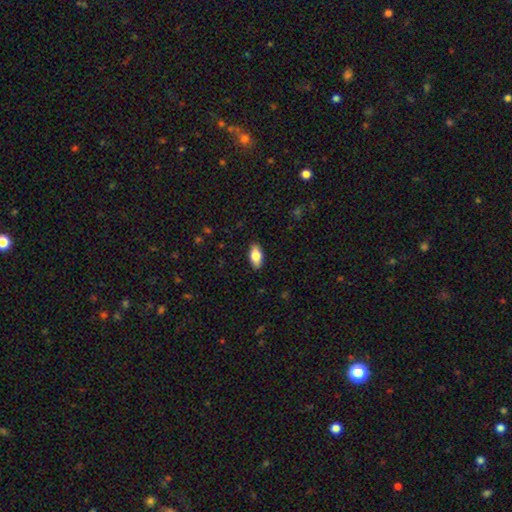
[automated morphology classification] This appears to be a smooth galaxy with no disk features (81%) that is in between round and cigar-shaped (90%). Merging: none (89%).